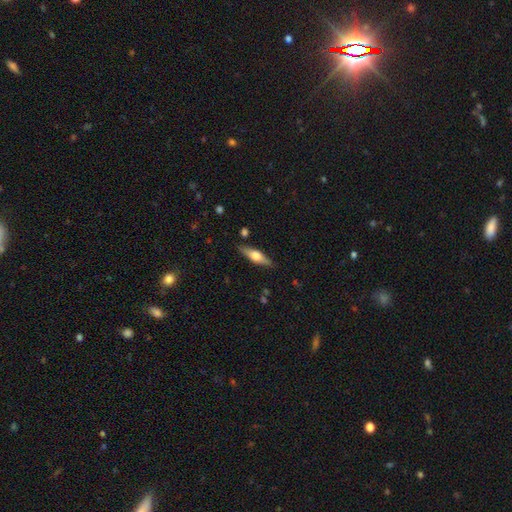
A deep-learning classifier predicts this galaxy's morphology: A featured or disk galaxy (52%) viewed edge-on (93%). Merging: none (86%).